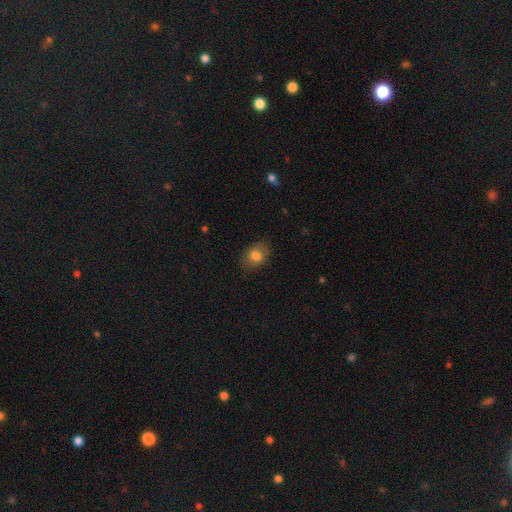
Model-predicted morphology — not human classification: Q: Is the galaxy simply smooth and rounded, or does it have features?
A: smooth — 79%.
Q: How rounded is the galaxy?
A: in between — 56%.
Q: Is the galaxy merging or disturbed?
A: none — 78%.